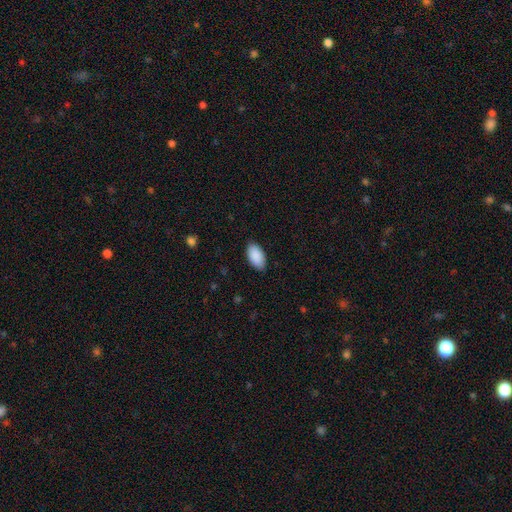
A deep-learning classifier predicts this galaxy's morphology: Smooth or featured: smooth — 91% (star or artifact — 6%)
How rounded: in between — 96% (round — 2%)
Merging: none — 87% (minor disturbance — 10%)